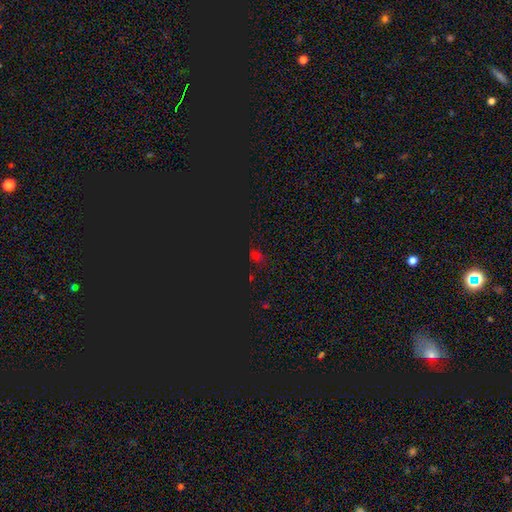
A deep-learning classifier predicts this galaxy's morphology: star or artifact 61%, smooth 32%, featured or disk 7%.